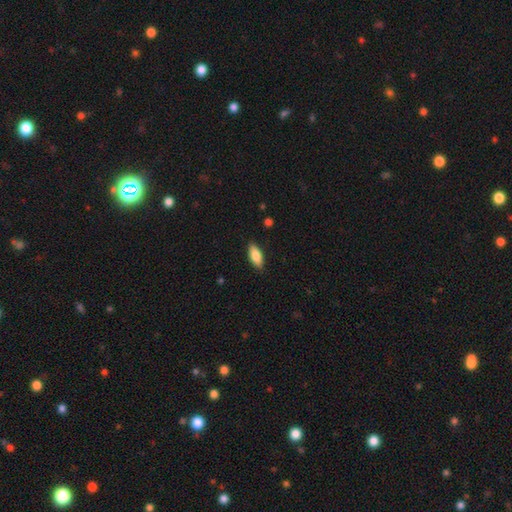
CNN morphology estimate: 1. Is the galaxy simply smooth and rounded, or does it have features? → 81% smooth, 13% featured or disk, 6% star or artifact.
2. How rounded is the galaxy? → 78% in between, 19% cigar-shaped, 2% round.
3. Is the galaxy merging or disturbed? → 87% none, 10% minor disturbance, 2% major disturbance, 1% merger.